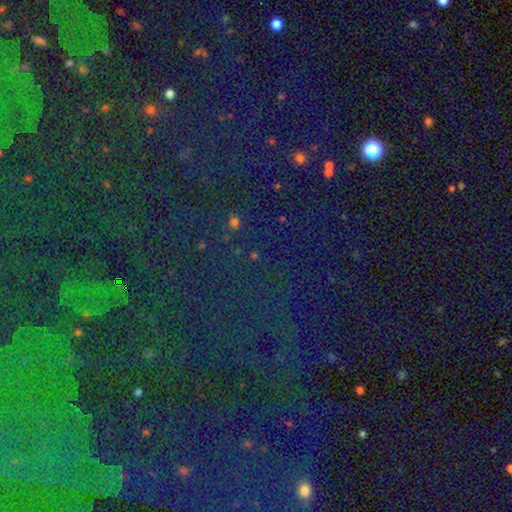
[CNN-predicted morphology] Smooth or featured: star or artifact — 80% (smooth — 13%)